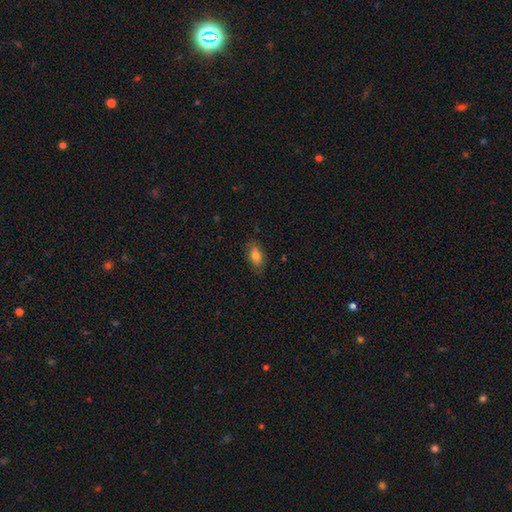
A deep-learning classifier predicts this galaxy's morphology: This is likely a smooth galaxy (77%). How rounded: clearly in between (87%). Merging: likely none (78%).